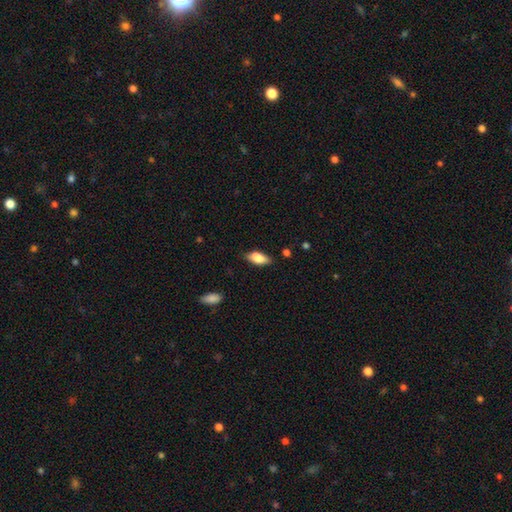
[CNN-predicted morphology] type=smooth (82%); roundness=in between (84%); merging=none (76%).